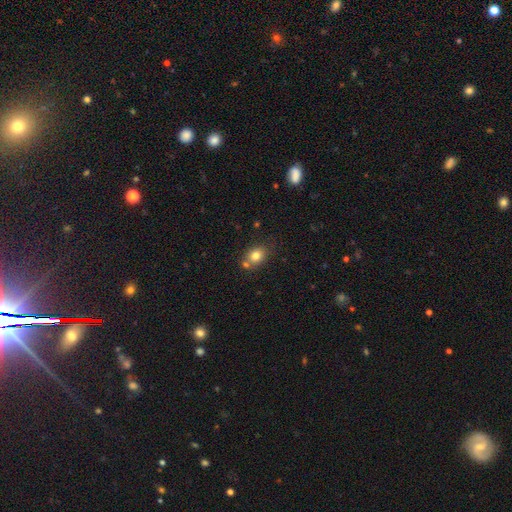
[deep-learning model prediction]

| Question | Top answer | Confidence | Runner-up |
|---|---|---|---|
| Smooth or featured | smooth | 79% | star or artifact (11%) |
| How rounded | in between | 50% | round (49%) |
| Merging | none | 66% | merger (18%) |